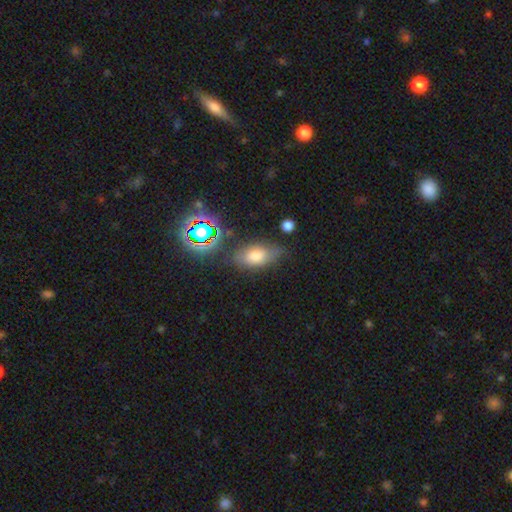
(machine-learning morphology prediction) The model was most divided on "smooth or featured": smooth: 67%, featured or disk: 17%, star or artifact: 16%. More confident: how rounded — in between (84%); merging — none (70%).